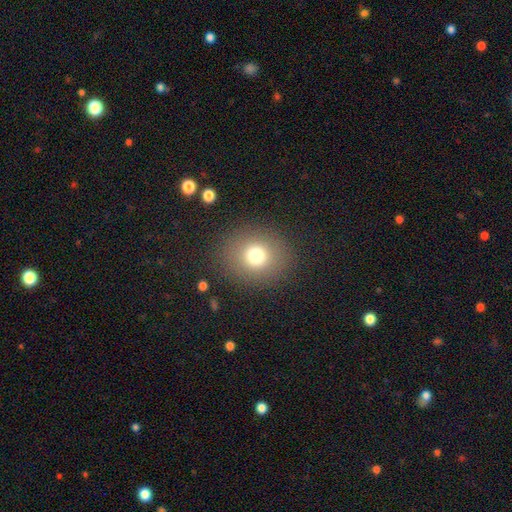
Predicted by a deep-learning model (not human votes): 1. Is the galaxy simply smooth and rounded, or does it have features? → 75% smooth, 15% star or artifact, 10% featured or disk.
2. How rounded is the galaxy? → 85% round, 14% in between, 1% cigar-shaped.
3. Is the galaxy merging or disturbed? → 88% none, 7% minor disturbance, 4% major disturbance, 1% merger.